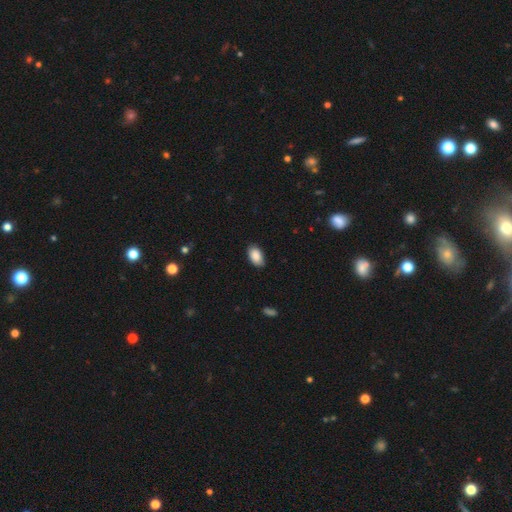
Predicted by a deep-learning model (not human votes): Smooth or featured? smooth (89%)
How rounded? in between (93%)
Merging? none (82%)